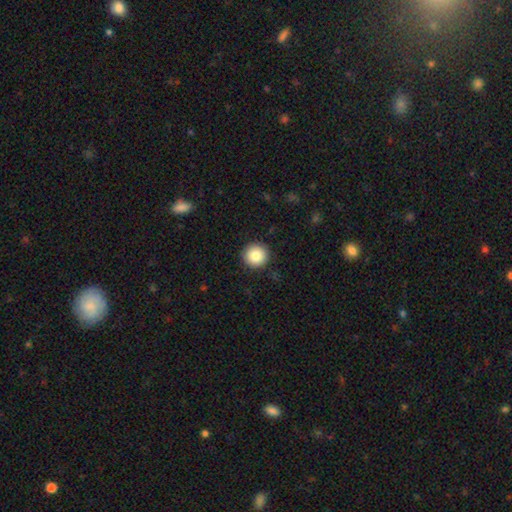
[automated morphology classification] This appears to be a smooth galaxy with no disk features (84%) that is round (96%). Merging: none (92%).